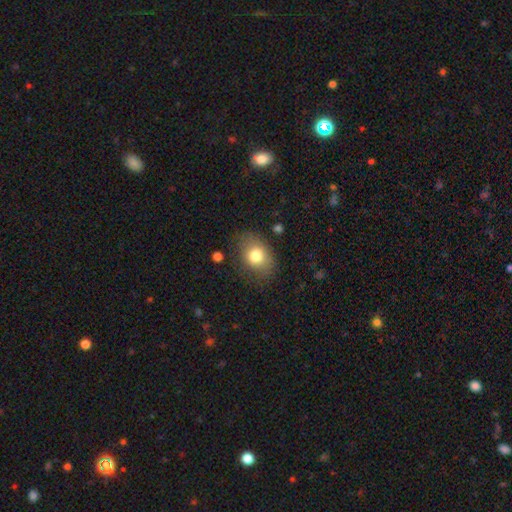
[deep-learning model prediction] This appears to be a smooth galaxy with no disk features (78%) that is in between round and cigar-shaped (66%). Merging: none (71%).